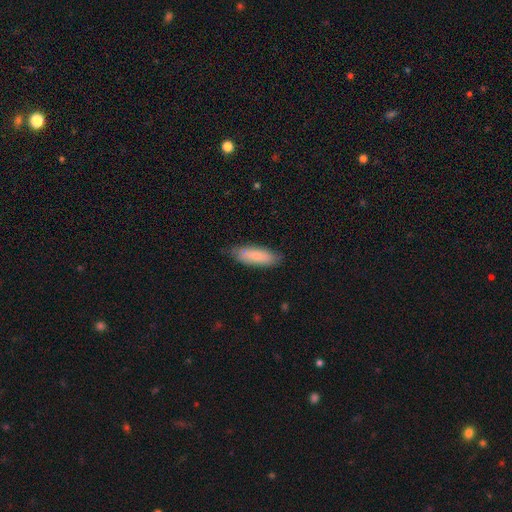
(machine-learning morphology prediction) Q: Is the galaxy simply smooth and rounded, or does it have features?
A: smooth — 81%.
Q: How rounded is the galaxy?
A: in between — 59%.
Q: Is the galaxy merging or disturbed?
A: none — 77%.